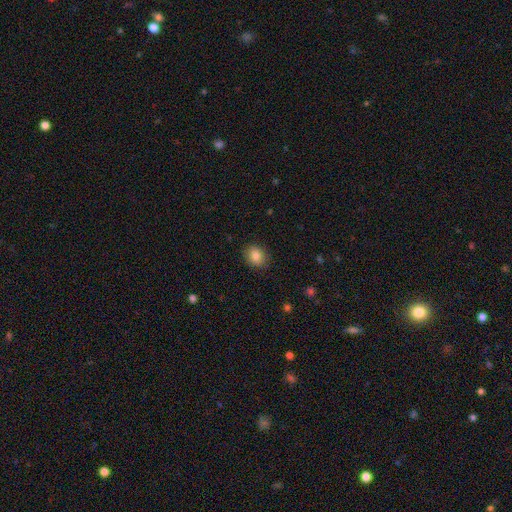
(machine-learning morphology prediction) The model was most divided on "how rounded": round: 54%, in between: 45%, cigar-shaped: 1%. More confident: merging — none (88%); smooth or featured — smooth (85%).